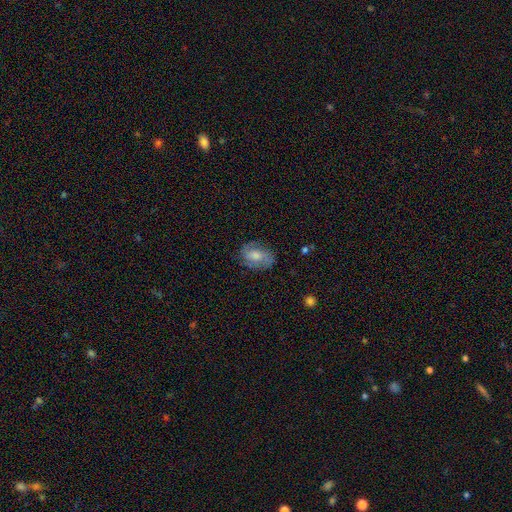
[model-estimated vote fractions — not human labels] smooth-or-featured: smooth: 56% | featured or disk: 36% | star or artifact: 8%
  how-rounded: in between: 81% | round: 17% | cigar-shaped: 2%
  merging: none: 68% | minor disturbance: 22% | major disturbance: 9% | merger: 2%